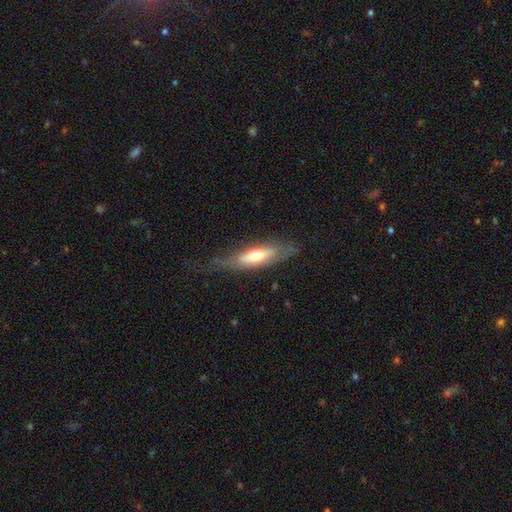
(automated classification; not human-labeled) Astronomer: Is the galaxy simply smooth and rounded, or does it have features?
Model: smooth — 50% (runner-up: featured or disk, 44%).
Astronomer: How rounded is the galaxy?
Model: cigar-shaped — 59% (runner-up: in between, 39%).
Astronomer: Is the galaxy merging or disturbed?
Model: none — 60%.